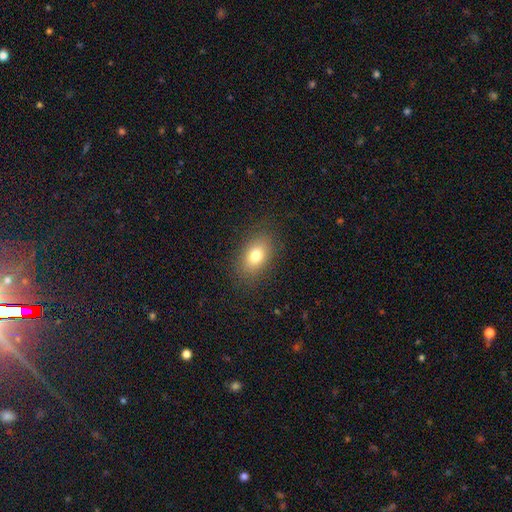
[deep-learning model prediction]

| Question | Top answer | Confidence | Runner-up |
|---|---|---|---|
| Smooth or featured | smooth | 76% | featured or disk (13%) |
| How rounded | in between | 84% | round (14%) |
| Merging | none | 86% | minor disturbance (10%) |